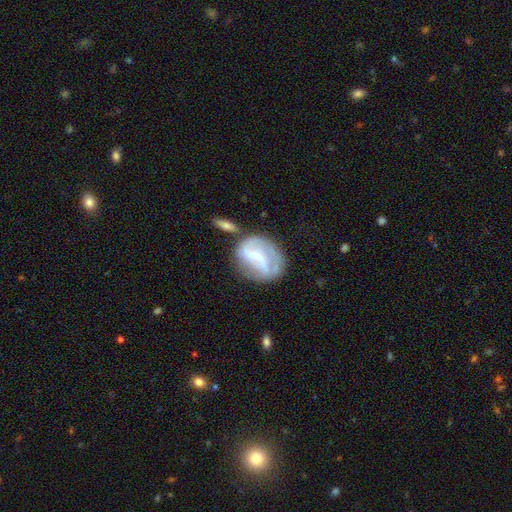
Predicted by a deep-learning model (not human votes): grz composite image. It shows a featured or disk galaxy (69%) with a weak bar (46%), 2 (53%) medium (38%) spiral arms (75%) and a small central bulge (50%). Merging: none (44%).